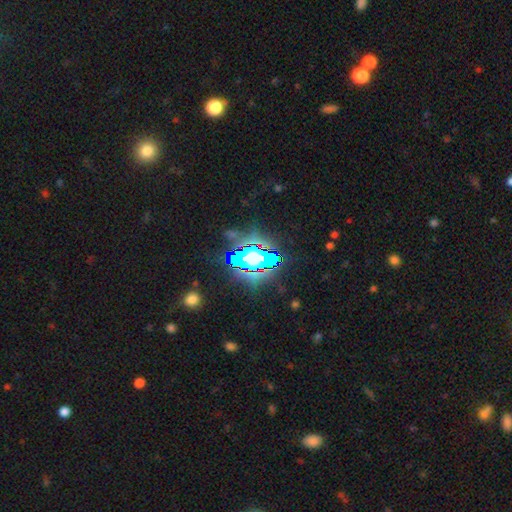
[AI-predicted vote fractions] smooth_or_featured: star or artifact (p=0.77) [alt: smooth p=0.12]